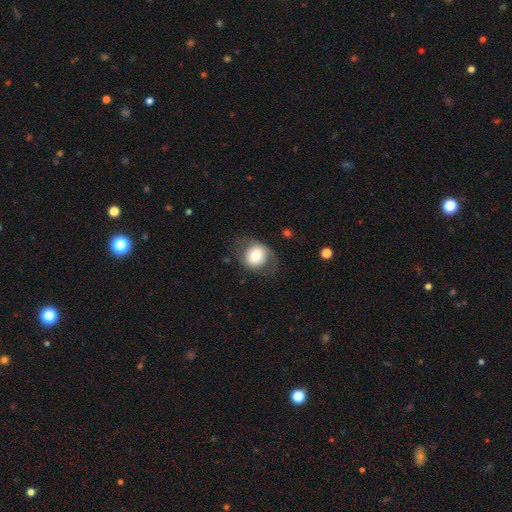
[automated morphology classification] smooth-or-featured: smooth: 63% | featured or disk: 29% | star or artifact: 8%
  how-rounded: round: 71% | in between: 28% | cigar-shaped: 1%
  merging: none: 62% | minor disturbance: 20% | major disturbance: 16% | merger: 2%